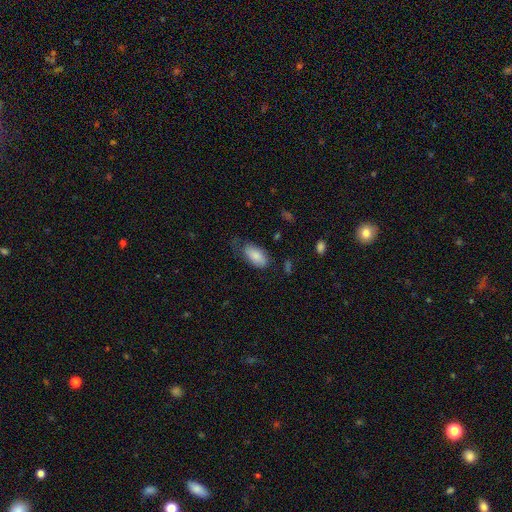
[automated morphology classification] smooth-or-featured: smooth: 83% | featured or disk: 11% | star or artifact: 6%
  how-rounded: in between: 93% | cigar-shaped: 4% | round: 3%
  merging: none: 55% | minor disturbance: 31% | major disturbance: 12% | merger: 2%